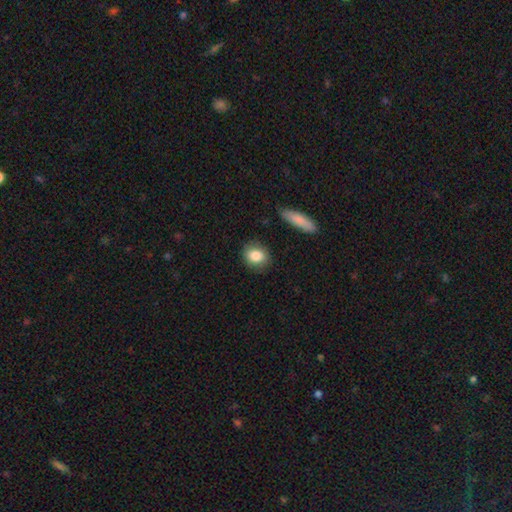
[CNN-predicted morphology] Smooth or featured? smooth (85%)
How rounded? round (55%)
Merging? none (84%)